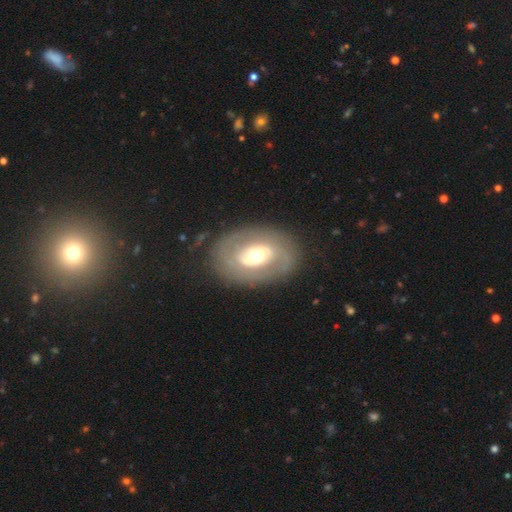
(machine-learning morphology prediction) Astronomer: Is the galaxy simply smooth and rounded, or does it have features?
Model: featured or disk — 71%.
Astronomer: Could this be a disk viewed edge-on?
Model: no — 95%.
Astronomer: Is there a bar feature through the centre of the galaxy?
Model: no — 44% (runner-up: weak, 34%).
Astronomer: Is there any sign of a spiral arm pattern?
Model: yes — 61% (runner-up: no, 39%).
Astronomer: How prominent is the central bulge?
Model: moderate — 61%.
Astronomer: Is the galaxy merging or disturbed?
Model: none — 80%.